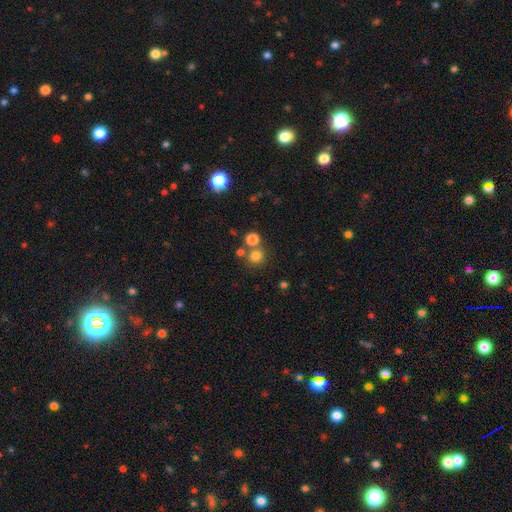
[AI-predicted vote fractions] The model was most divided on "merging": none: 66%, merger: 23%, minor disturbance: 7%, major disturbance: 3%. More confident: how rounded — round (90%); smooth or featured — smooth (77%).